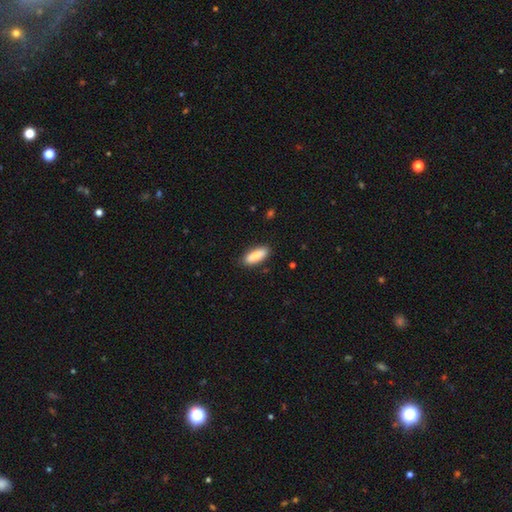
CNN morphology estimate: type=smooth (83%); roundness=in between (73%); merging=none (87%).